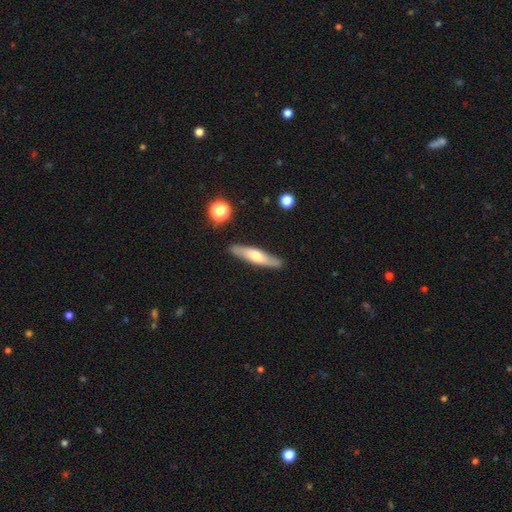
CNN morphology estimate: smooth 48%, featured or disk 46%, star or artifact 6%. Down the decision tree: merging — none (87%).